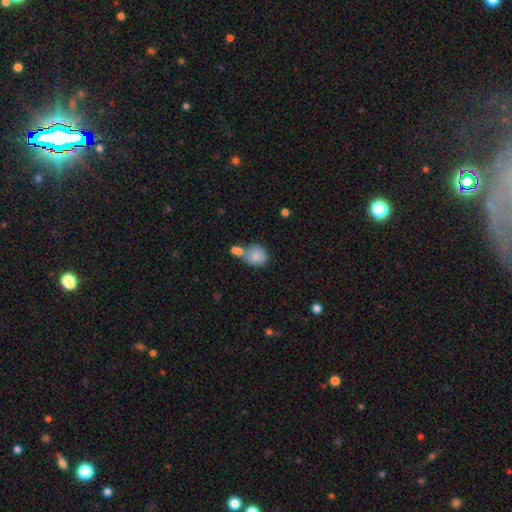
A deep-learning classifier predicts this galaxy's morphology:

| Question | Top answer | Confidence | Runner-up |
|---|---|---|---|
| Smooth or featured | smooth | 82% | featured or disk (10%) |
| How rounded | round | 67% | in between (32%) |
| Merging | none | 40% | tied: merger (40%) |